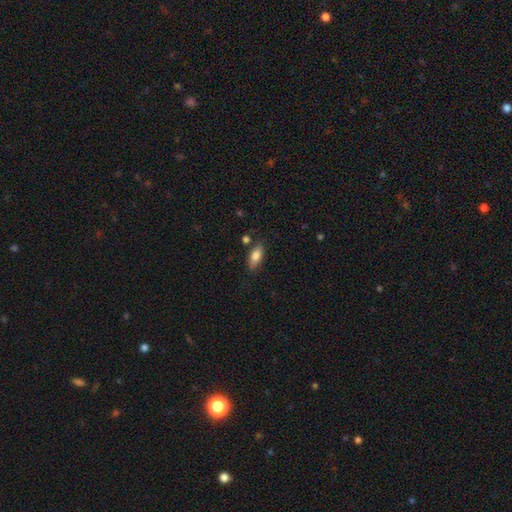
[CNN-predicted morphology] Smooth or featured: smooth — 79% (featured or disk — 14%)
How rounded: in between — 80% (cigar-shaped — 17%)
Merging: none — 78% (minor disturbance — 14%)